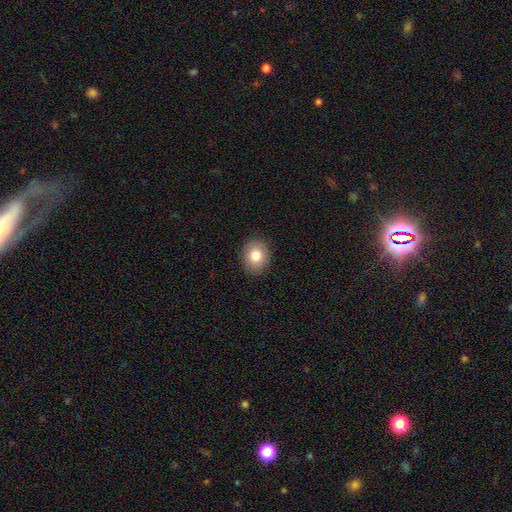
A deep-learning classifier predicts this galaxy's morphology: Q: Smooth or featured?
A: smooth (82%); runner-up: featured or disk (9%)
Q: How rounded?
A: round (57%); runner-up: in between (42%)
Q: Merging?
A: none (90%); runner-up: minor disturbance (7%)